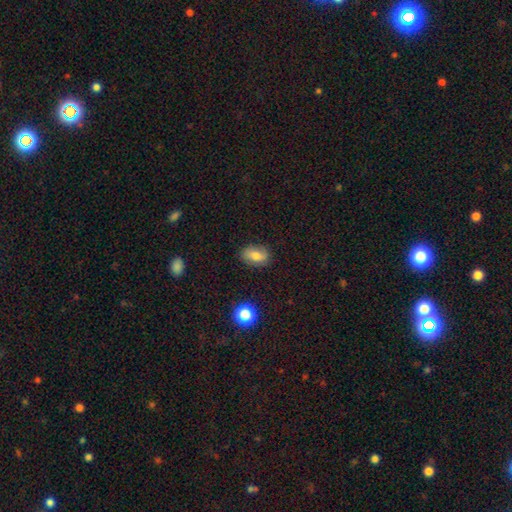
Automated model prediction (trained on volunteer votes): Smooth or featured: smooth — 73% (featured or disk — 17%)
How rounded: in between — 81% (round — 17%)
Merging: none — 83% (minor disturbance — 13%)